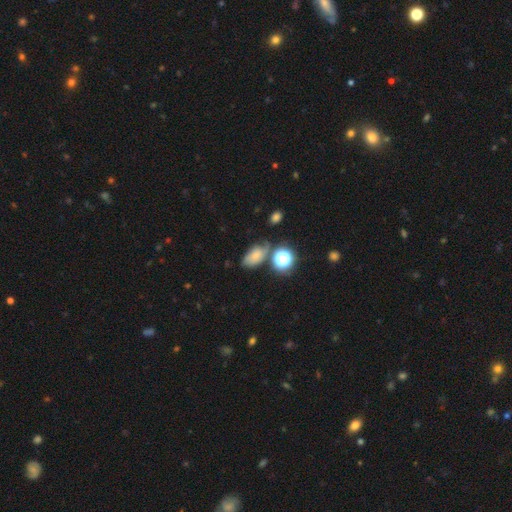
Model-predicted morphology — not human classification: Overall: smooth (58%; star or artifact 22%). How rounded: in between (80%). Merging: none (54%; minor disturbance 25%).